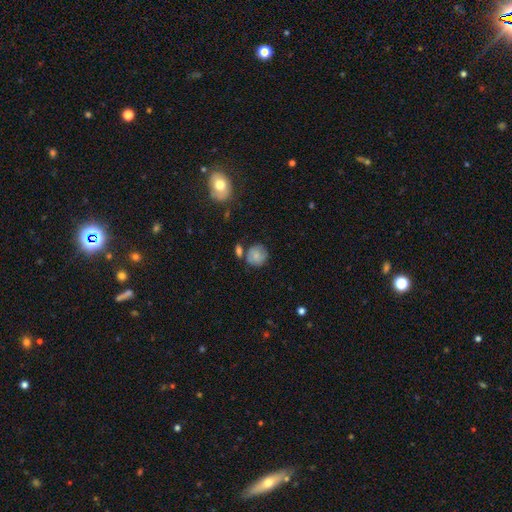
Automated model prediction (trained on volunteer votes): smooth-or-featured: smooth: 67% | featured or disk: 24% | star or artifact: 9%
  how-rounded: round: 84% | in between: 15% | cigar-shaped: 1%
  merging: none: 62% | minor disturbance: 19% | merger: 14% | major disturbance: 6%